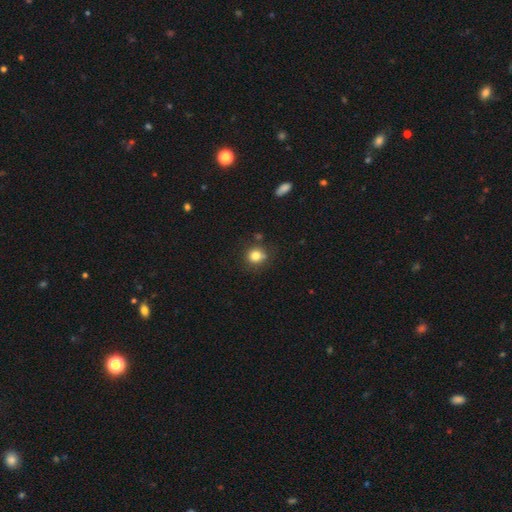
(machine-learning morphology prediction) Smooth or featured?
  - smooth: 81% *
  - star or artifact: 12%
  - featured or disk: 7%
How rounded?
  - round: 83% *
  - in between: 16%
  - cigar-shaped: 1%
Merging?
  - none: 77% *
  - minor disturbance: 14%
  - merger: 5%
  - major disturbance: 4%